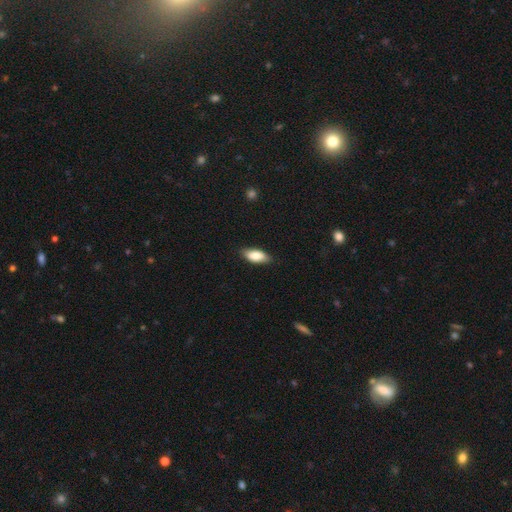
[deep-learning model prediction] Smooth or featured?
  - smooth: 84% *
  - featured or disk: 10%
  - star or artifact: 6%
How rounded?
  - in between: 86% *
  - cigar-shaped: 11%
  - round: 3%
Merging?
  - none: 84% *
  - minor disturbance: 13%
  - major disturbance: 2%
  - merger: 1%